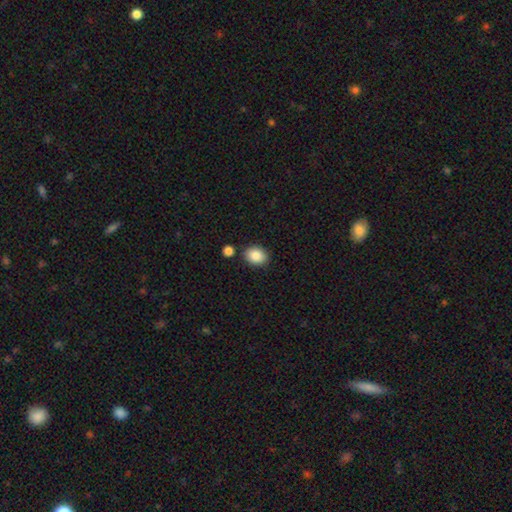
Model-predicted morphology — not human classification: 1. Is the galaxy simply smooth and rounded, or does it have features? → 87% smooth, 8% star or artifact, 5% featured or disk.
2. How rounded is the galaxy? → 62% in between, 37% round, 1% cigar-shaped.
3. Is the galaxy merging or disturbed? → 83% none, 10% minor disturbance, 5% merger, 2% major disturbance.